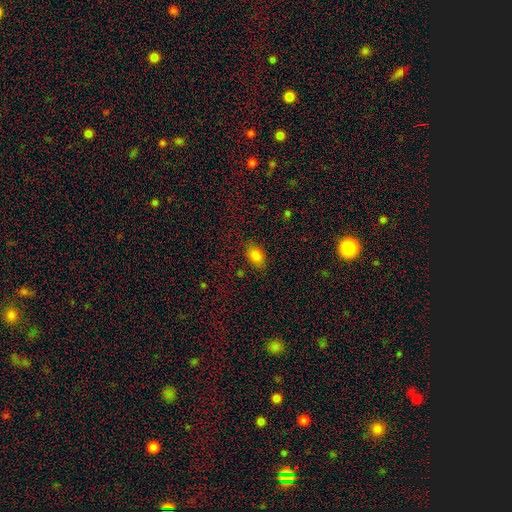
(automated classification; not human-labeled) Smooth or featured: smooth — 81% (star or artifact — 11%)
How rounded: in between — 83% (round — 15%)
Merging: none — 81% (minor disturbance — 13%)